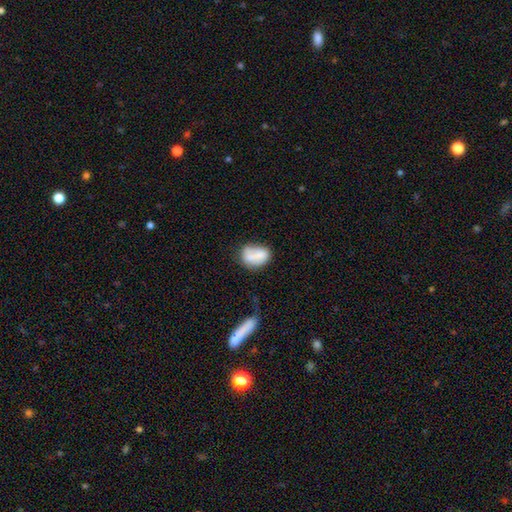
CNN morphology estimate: Q: Smooth or featured?
A: smooth (74%); runner-up: featured or disk (18%)
Q: How rounded?
A: in between (77%); runner-up: round (22%)
Q: Merging?
A: none (45%); runner-up: minor disturbance (27%)